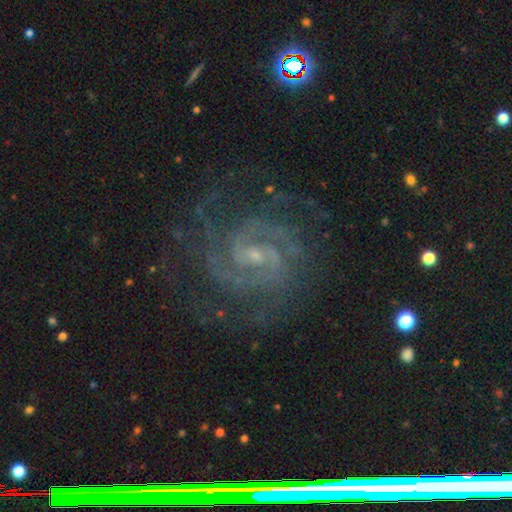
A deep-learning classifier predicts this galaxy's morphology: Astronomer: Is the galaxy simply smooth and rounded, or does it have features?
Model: featured or disk — 91%.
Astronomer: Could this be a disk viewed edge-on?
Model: no — 98%.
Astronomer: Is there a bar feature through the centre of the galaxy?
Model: weak — 47% (runner-up: no, 38%).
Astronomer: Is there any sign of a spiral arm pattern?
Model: yes — 98%.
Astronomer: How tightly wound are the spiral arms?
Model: tight — 62%.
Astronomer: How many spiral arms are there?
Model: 2 — 58%.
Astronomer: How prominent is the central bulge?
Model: small — 74%.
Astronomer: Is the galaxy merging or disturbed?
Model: none — 76%.